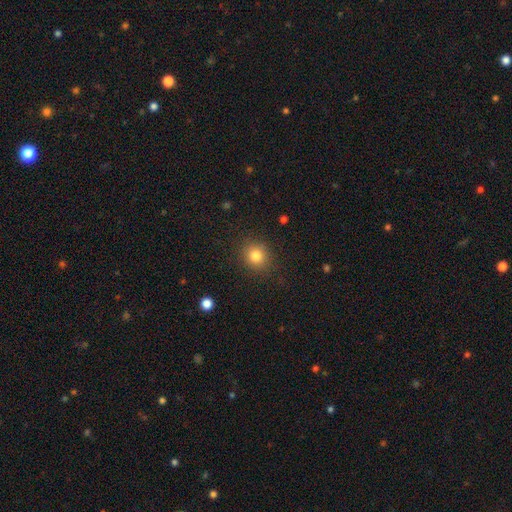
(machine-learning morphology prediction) This is clearly a smooth galaxy (82%). How rounded: clearly round (81%). Merging: clearly none (87%).